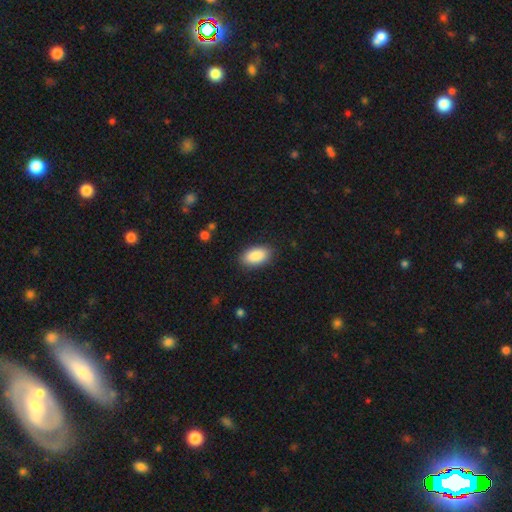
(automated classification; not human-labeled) This is clearly a smooth galaxy (89%). How rounded: clearly in between (94%). Merging: clearly none (87%).